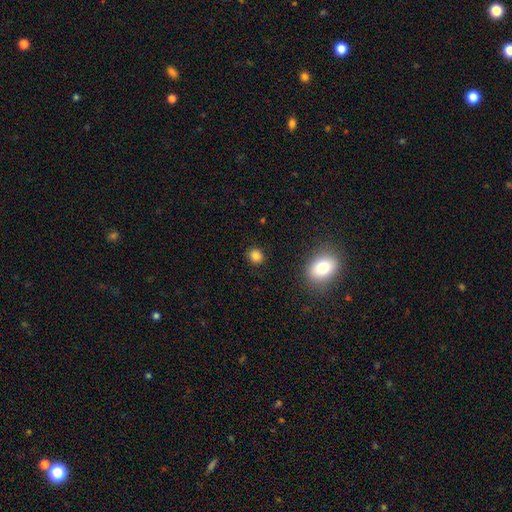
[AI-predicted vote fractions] smooth 83%, star or artifact 12%, featured or disk 5%. Down the decision tree: how rounded — round (80%); merging — none (89%).